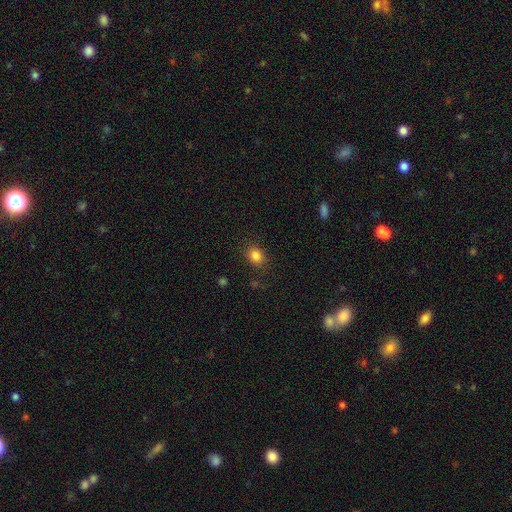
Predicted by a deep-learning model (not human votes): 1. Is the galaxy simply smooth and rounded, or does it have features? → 84% smooth, 11% star or artifact, 5% featured or disk.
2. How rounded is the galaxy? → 52% round, 47% in between, 1% cigar-shaped.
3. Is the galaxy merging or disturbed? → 84% none, 11% minor disturbance, 4% major disturbance, 2% merger.